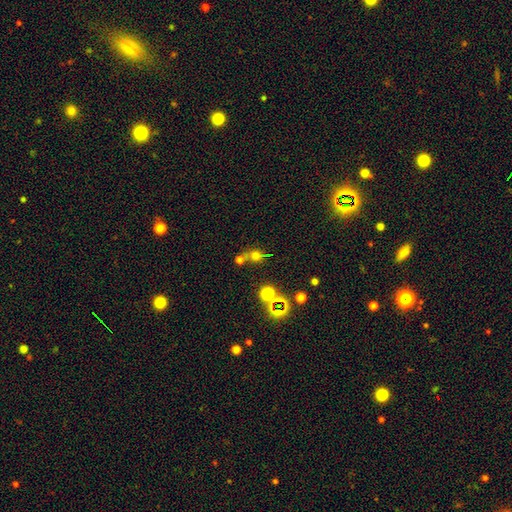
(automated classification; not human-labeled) smooth 56%, star or artifact 30%, featured or disk 14%. Down the decision tree: how rounded — round (81%); merging — none (49%).